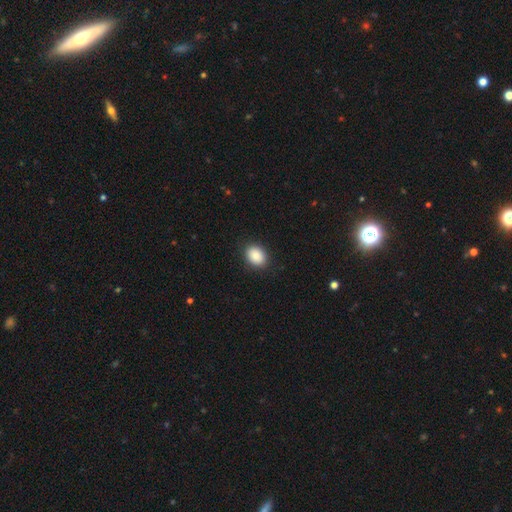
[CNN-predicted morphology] This is clearly a smooth galaxy (89%). How rounded: likely in between (65%). Merging: clearly none (90%).